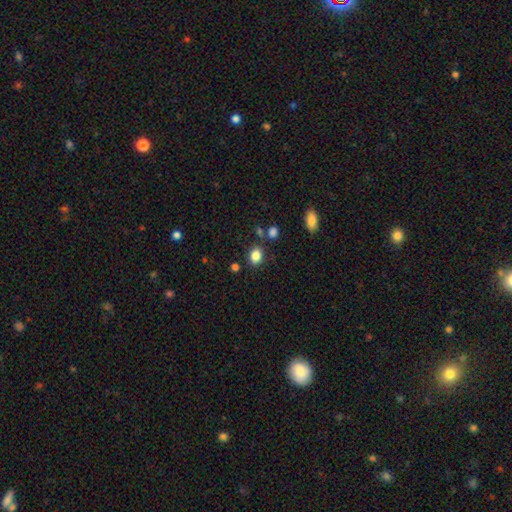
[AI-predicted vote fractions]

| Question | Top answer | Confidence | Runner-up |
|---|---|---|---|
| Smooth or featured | smooth | 84% | star or artifact (11%) |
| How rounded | in between | 60% | round (39%) |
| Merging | none | 79% | minor disturbance (11%) |